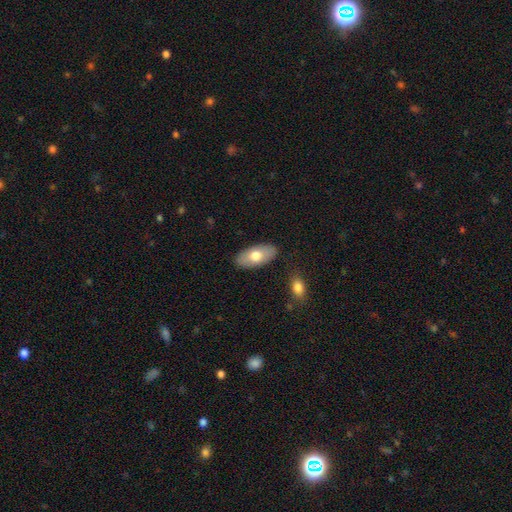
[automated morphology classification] This appears to be a smooth galaxy with no disk features (68%) that is in between round and cigar-shaped (93%). Merging: none (85%).